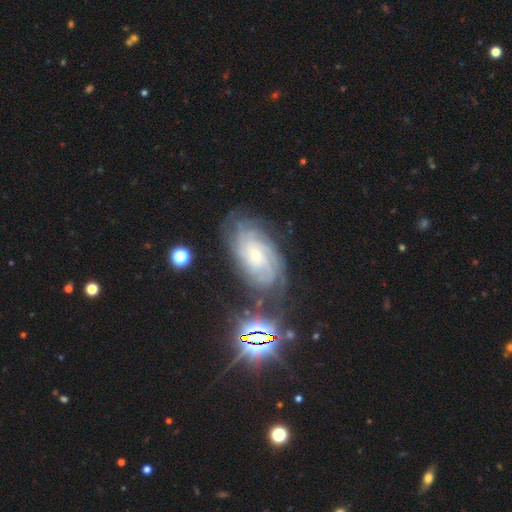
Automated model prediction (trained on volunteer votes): Overall: featured or disk (80%). Edge-on disk: no (95%). Bar: no (71%). Spiral arms: yes (96%). Spiral arm count: can't tell (39%; 4 20%). Spiral winding: tight (73%). Bulge size: small (70%). Merging: none (71%).